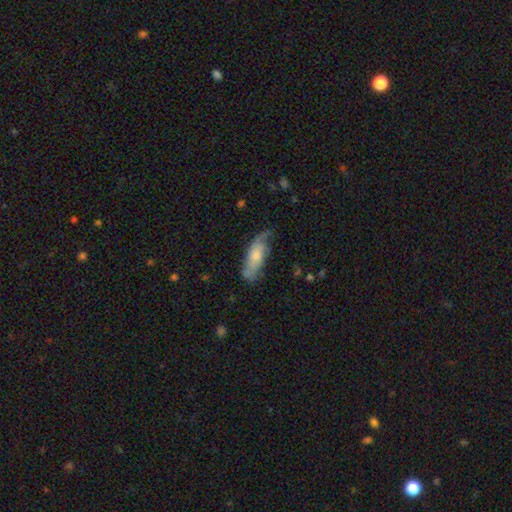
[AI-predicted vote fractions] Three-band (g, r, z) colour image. It shows a smooth galaxy with no disk features (50%). Merging: none (53%).